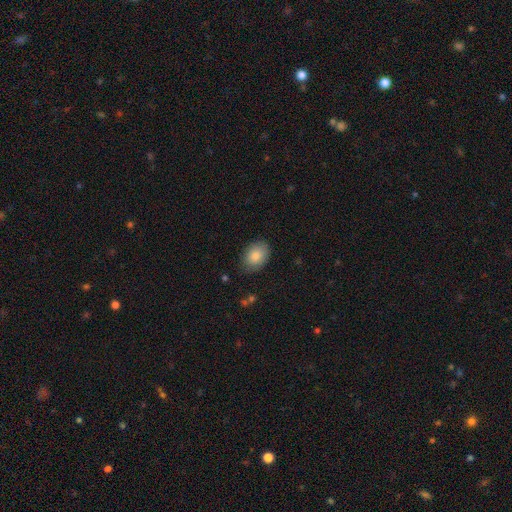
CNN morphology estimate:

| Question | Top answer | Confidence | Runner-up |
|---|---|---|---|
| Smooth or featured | smooth | 84% | featured or disk (9%) |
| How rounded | in between | 81% | round (18%) |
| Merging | none | 80% | minor disturbance (16%) |